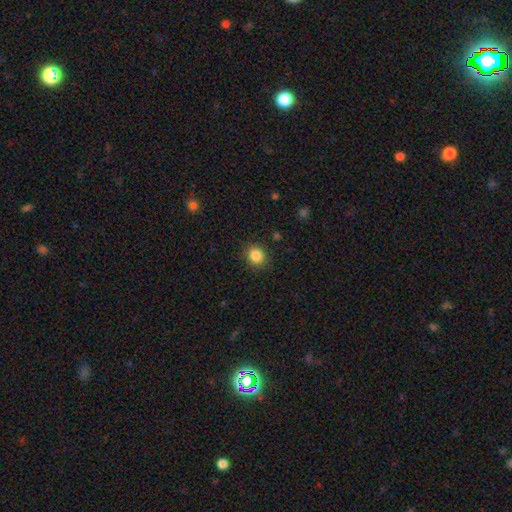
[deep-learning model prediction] A smooth galaxy with no disk features (85%) that is round (83%). Merging: none (88%).